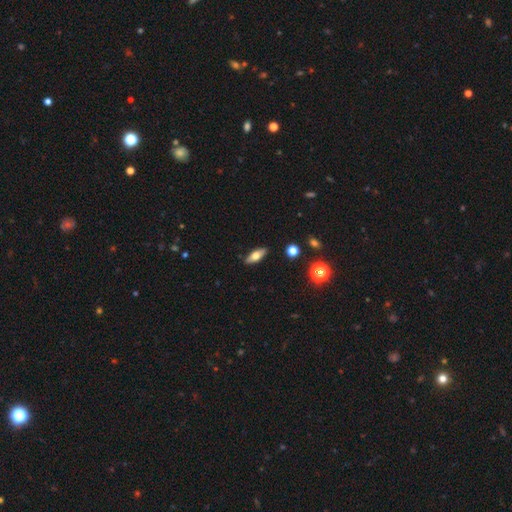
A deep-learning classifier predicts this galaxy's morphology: Overall: smooth (59%; featured or disk 33%). How rounded: in between (68%; cigar-shaped 29%). Merging: none (88%).